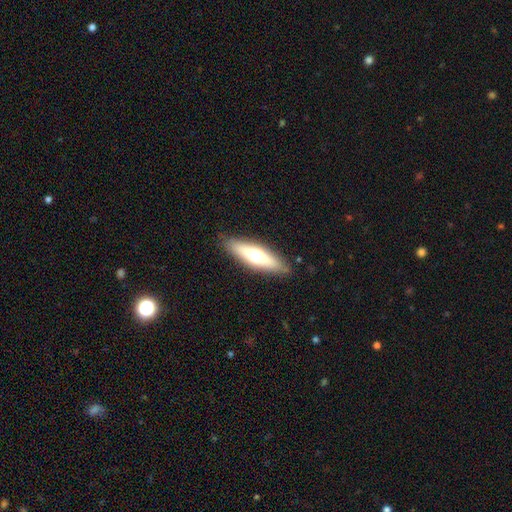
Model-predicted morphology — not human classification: Q: Smooth or featured?
A: smooth (51%); runner-up: featured or disk (42%)
Q: How rounded?
A: cigar-shaped (61%); runner-up: in between (37%)
Q: Merging?
A: none (86%); runner-up: minor disturbance (11%)